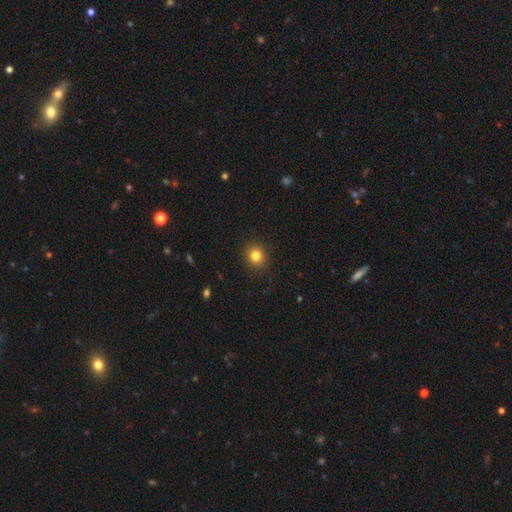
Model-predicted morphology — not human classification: The model was most divided on "smooth or featured": smooth: 82%, star or artifact: 12%, featured or disk: 6%. More confident: merging — none (91%); how rounded — round (85%).